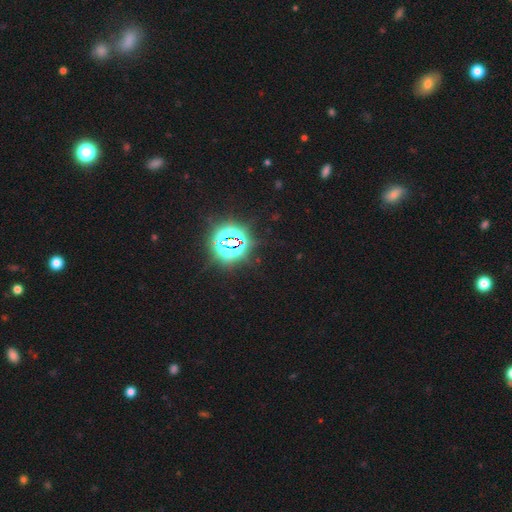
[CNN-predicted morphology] A star or artifact, not a galaxy (84%).

Vote fractions:
- Smooth or featured? star or artifact: 84% / smooth: 11% / featured or disk: 6%